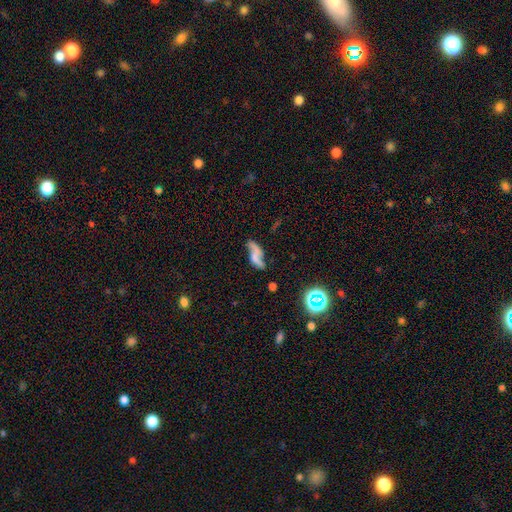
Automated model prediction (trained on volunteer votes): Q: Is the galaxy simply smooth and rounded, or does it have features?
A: featured or disk — 60%.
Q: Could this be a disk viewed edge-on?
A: no — 90%.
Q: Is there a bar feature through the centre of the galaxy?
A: no — 57%.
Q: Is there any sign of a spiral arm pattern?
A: yes — 80%.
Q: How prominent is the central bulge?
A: none — 57%.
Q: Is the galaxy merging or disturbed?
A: none — 48%.